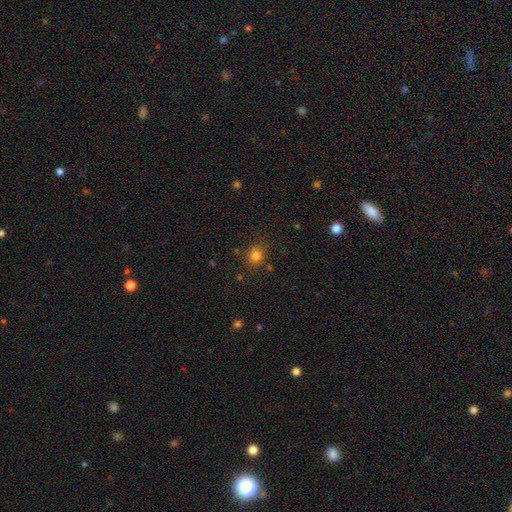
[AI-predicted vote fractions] smooth-or-featured: smooth: 79% | star or artifact: 15% | featured or disk: 6%
  how-rounded: round: 78% | in between: 21% | cigar-shaped: 1%
  merging: none: 82% | minor disturbance: 11% | merger: 3% | major disturbance: 3%